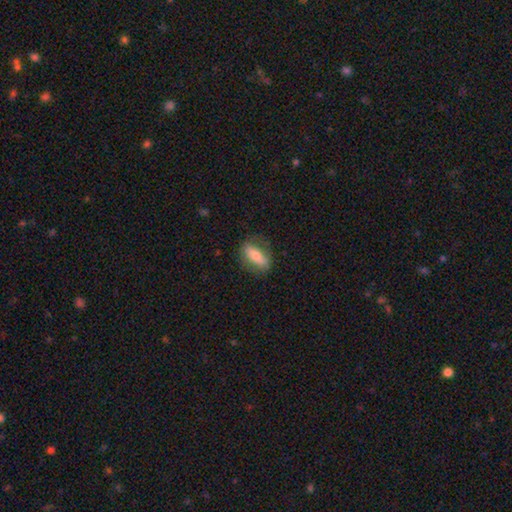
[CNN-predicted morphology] smooth_or_featured: smooth (p=0.63) [alt: featured or disk p=0.30]
how_rounded: in between (p=0.71) [alt: cigar-shaped p=0.24]
merging: none (p=0.76) [alt: minor disturbance p=0.16]